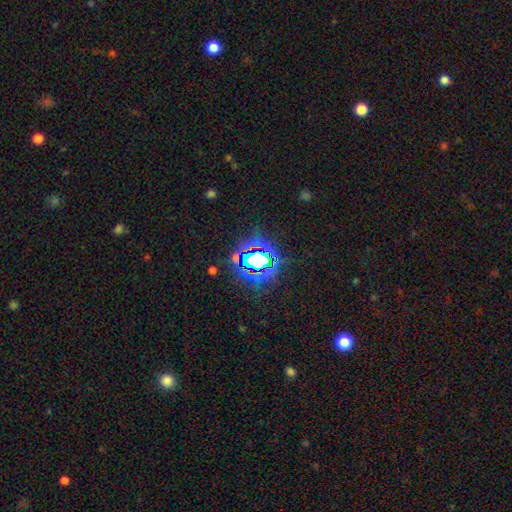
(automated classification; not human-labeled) Smooth or featured?
  - star or artifact: 74% *
  - smooth: 15%
  - featured or disk: 11%